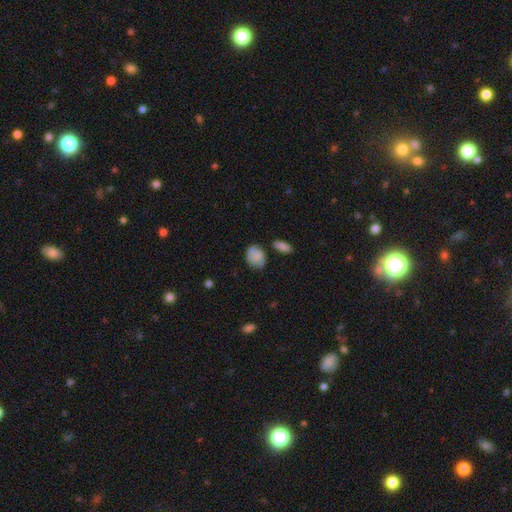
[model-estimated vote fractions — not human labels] A smooth galaxy with no disk features (78%) that is in between round and cigar-shaped (67%).

Vote fractions:
- Smooth or featured? smooth: 78% / featured or disk: 14% / star or artifact: 8%
- How rounded? in between: 67% / round: 32% / cigar-shaped: 1%
- Merging? none: 63% / minor disturbance: 24% / merger: 7% / major disturbance: 6%